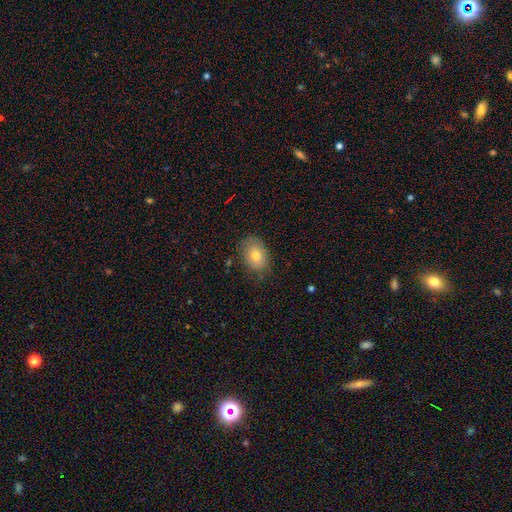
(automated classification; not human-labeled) smooth-or-featured: smooth: 75% | featured or disk: 17% | star or artifact: 9%
  how-rounded: in between: 77% | round: 22% | cigar-shaped: 1%
  merging: none: 75% | minor disturbance: 20% | major disturbance: 4% | merger: 1%